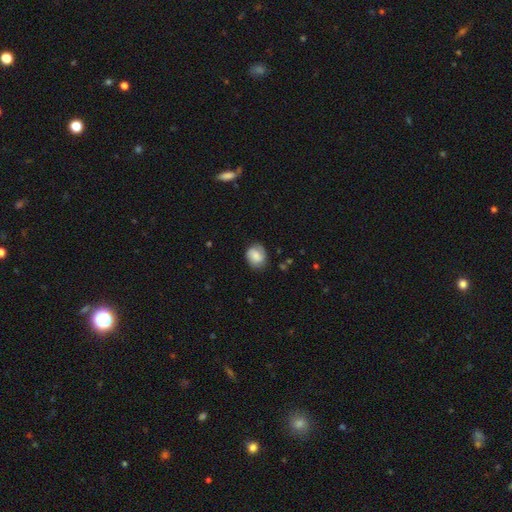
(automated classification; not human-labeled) Smooth or featured: smooth — 75% (featured or disk — 17%)
How rounded: round — 59% (in between — 40%)
Merging: none — 73% (minor disturbance — 20%)